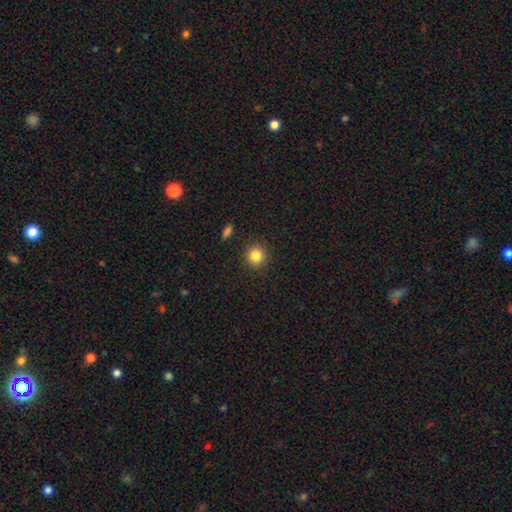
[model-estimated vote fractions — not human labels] smooth_or_featured: smooth (p=0.84) [alt: star or artifact p=0.11]
how_rounded: round (p=0.91) [alt: in between p=0.08]
merging: none (p=0.91) [alt: minor disturbance p=0.06]